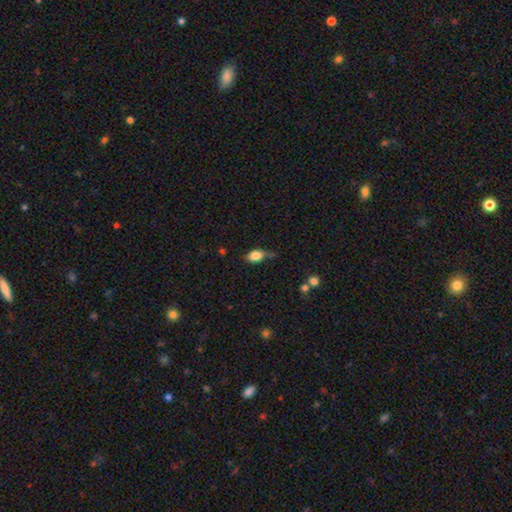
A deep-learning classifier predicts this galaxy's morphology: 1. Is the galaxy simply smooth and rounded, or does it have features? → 81% smooth, 10% featured or disk, 9% star or artifact.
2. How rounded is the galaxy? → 84% in between, 12% round, 4% cigar-shaped.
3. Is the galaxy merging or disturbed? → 51% none, 33% minor disturbance, 9% major disturbance, 6% merger.